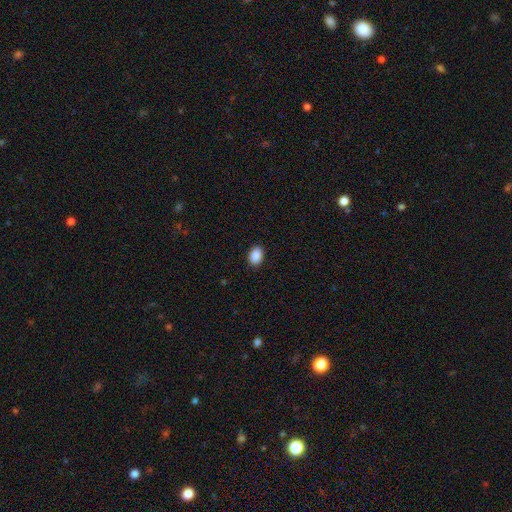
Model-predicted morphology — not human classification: Smooth or featured: smooth — 90% (star or artifact — 8%)
How rounded: in between — 76% (round — 23%)
Merging: none — 90% (minor disturbance — 7%)